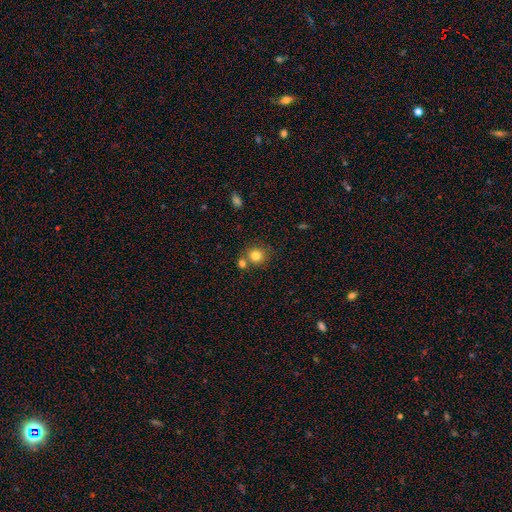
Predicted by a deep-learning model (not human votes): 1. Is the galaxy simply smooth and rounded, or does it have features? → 81% smooth, 11% star or artifact, 7% featured or disk.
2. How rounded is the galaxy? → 87% round, 13% in between, 1% cigar-shaped.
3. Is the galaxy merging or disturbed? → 66% none, 22% merger, 9% minor disturbance, 3% major disturbance.